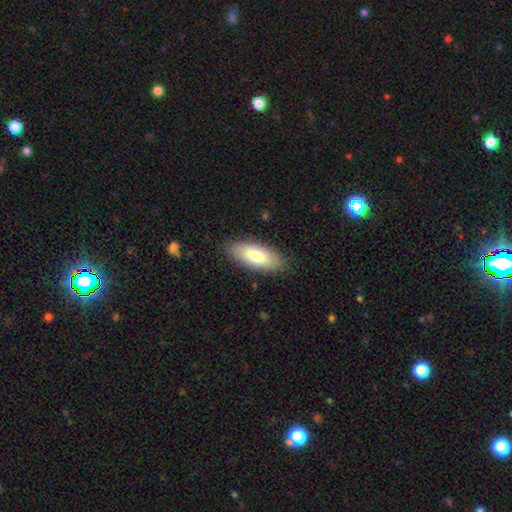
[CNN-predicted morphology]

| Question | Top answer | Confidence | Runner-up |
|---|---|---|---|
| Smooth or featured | smooth | 76% | featured or disk (18%) |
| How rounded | in between | 82% | cigar-shaped (16%) |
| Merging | none | 86% | minor disturbance (10%) |